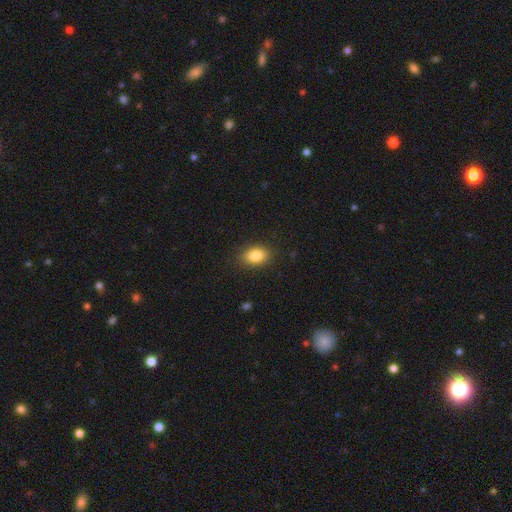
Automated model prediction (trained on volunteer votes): Q: Smooth or featured?
A: smooth (86%); runner-up: star or artifact (9%)
Q: How rounded?
A: in between (79%); runner-up: round (20%)
Q: Merging?
A: none (86%); runner-up: minor disturbance (10%)